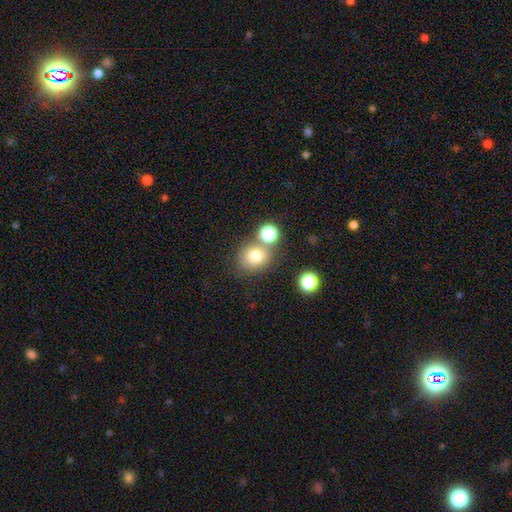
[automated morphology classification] A smooth galaxy with no disk features (76%) that is round (74%).

Vote fractions:
- Smooth or featured? smooth: 76% / star or artifact: 14% / featured or disk: 10%
- How rounded? round: 74% / in between: 25% / cigar-shaped: 1%
- Merging? none: 64% / merger: 21% / minor disturbance: 11% / major disturbance: 4%